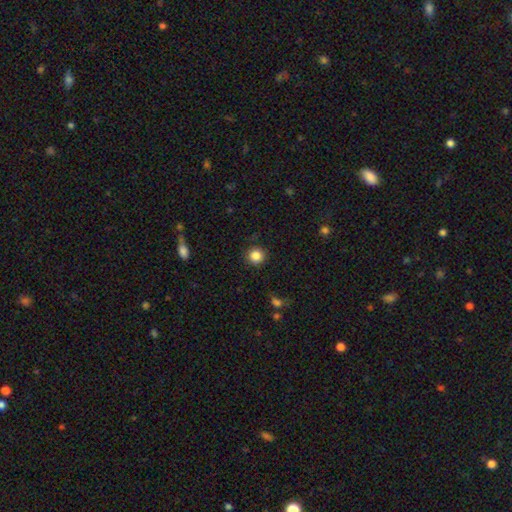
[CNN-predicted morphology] Q: Smooth or featured?
A: smooth (85%); runner-up: star or artifact (11%)
Q: How rounded?
A: round (93%); runner-up: in between (6%)
Q: Merging?
A: none (90%); runner-up: minor disturbance (7%)